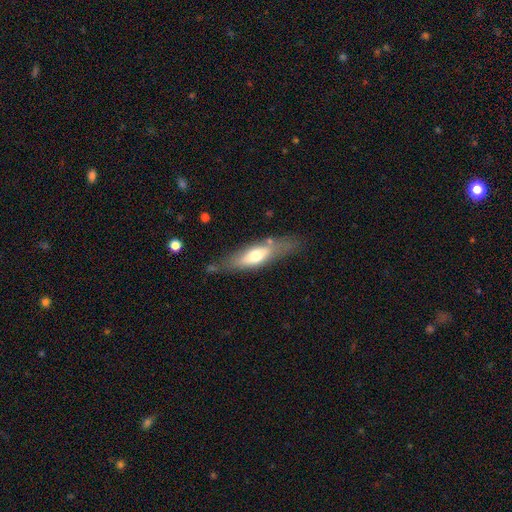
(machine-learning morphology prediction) smooth_or_featured: smooth (p=0.52) [alt: featured or disk p=0.42]
how_rounded: cigar-shaped (p=0.51) [alt: in between p=0.47]
merging: none (p=0.70) [alt: minor disturbance p=0.18]